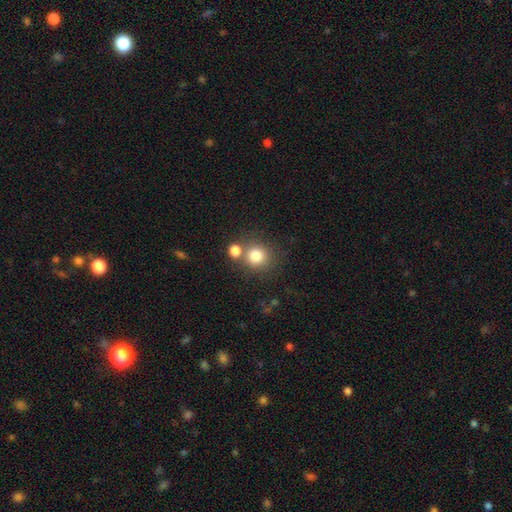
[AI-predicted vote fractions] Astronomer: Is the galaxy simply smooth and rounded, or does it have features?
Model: smooth — 80%.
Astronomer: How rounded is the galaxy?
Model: round — 89%.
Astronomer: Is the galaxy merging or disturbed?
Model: none — 66%.